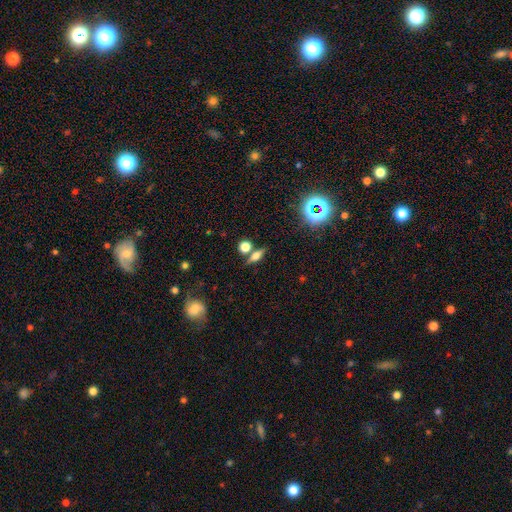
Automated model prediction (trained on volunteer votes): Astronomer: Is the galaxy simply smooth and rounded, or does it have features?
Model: smooth — 53% (runner-up: featured or disk, 31%).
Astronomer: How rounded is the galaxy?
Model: in between — 50% (runner-up: cigar-shaped, 33%).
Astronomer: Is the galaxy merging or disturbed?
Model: none — 68%.